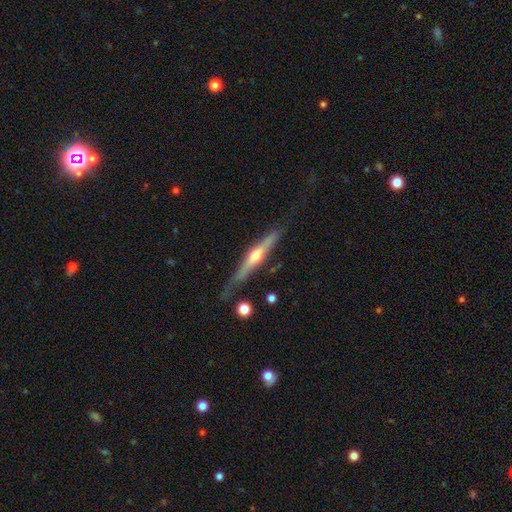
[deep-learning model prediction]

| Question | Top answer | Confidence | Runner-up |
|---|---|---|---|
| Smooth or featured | featured or disk | 71% | smooth (23%) |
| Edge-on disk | yes | 96% | no (4%) |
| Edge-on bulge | rounded | 86% | none (10%) |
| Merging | none | 74% | minor disturbance (19%) |